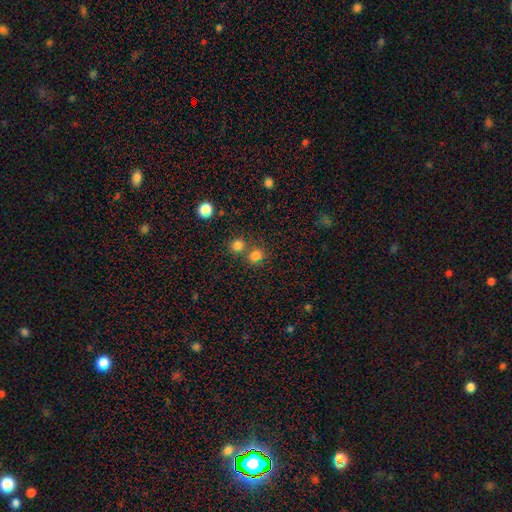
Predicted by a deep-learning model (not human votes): This appears to be a smooth galaxy with no disk features (79%) that is round (84%). Merging: none (63%).